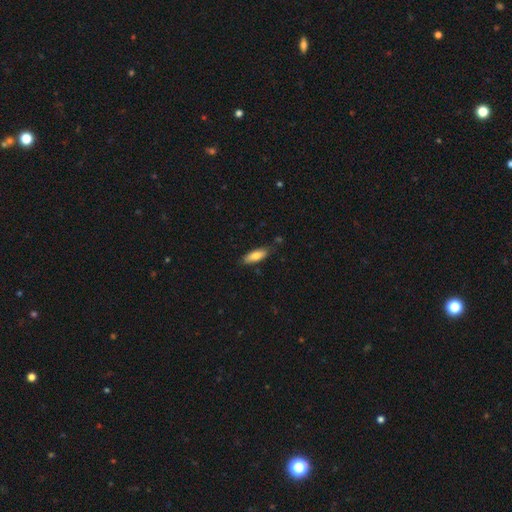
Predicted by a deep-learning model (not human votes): smooth 77%, featured or disk 16%, star or artifact 6%. Down the decision tree: how rounded — in between (62%); merging — none (78%).